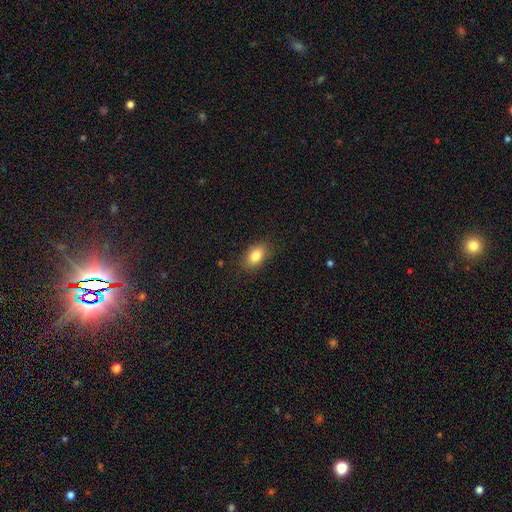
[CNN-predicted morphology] Q: Smooth or featured?
A: smooth (83%); runner-up: star or artifact (9%)
Q: How rounded?
A: in between (86%); runner-up: round (12%)
Q: Merging?
A: none (85%); runner-up: minor disturbance (11%)